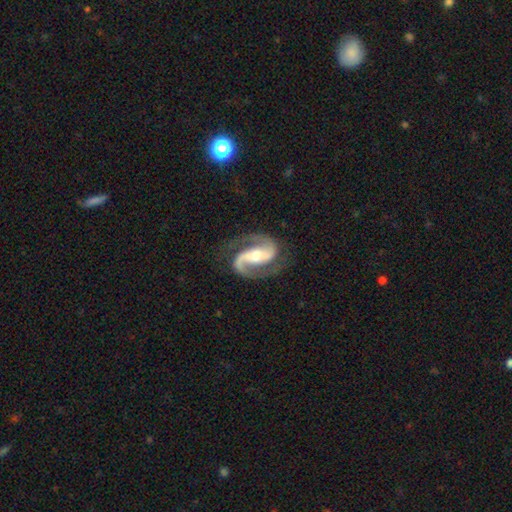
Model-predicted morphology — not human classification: Smooth or featured? featured or disk (92%)
Edge-on disk? no (98%)
Bar? strong (43%)
Spiral arms? yes (98%)
Spiral winding? medium (61%)
Spiral arm count? 2 (94%)
Bulge size? moderate (49%)
Merging? none (80%)